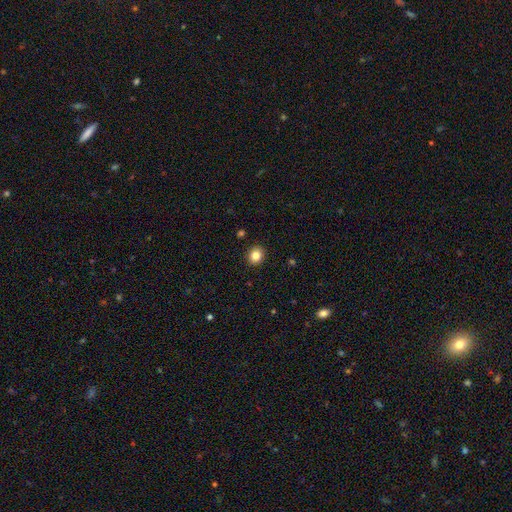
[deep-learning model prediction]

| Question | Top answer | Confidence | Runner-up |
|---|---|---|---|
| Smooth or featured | smooth | 84% | star or artifact (11%) |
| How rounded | round | 75% | in between (24%) |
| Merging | none | 91% | minor disturbance (6%) |